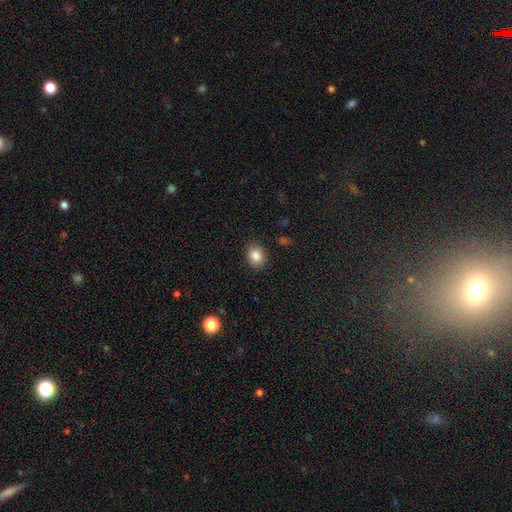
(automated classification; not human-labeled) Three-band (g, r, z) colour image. It shows a smooth galaxy with no disk features (86%) that is in between round and cigar-shaped (53%). Merging: none (88%).